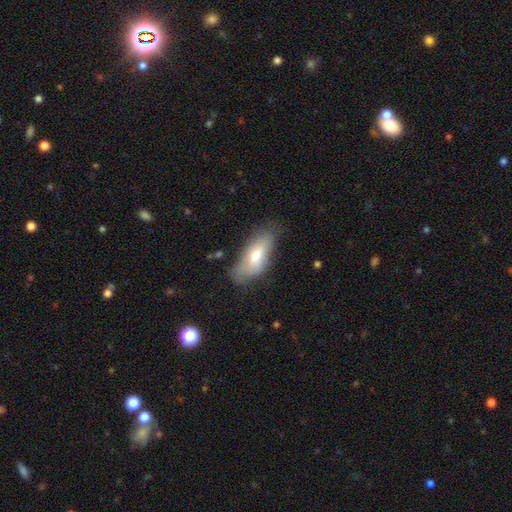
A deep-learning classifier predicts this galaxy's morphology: This appears to be a smooth galaxy with no disk features (66%) that is in between round and cigar-shaped (79%). Merging: none (60%).